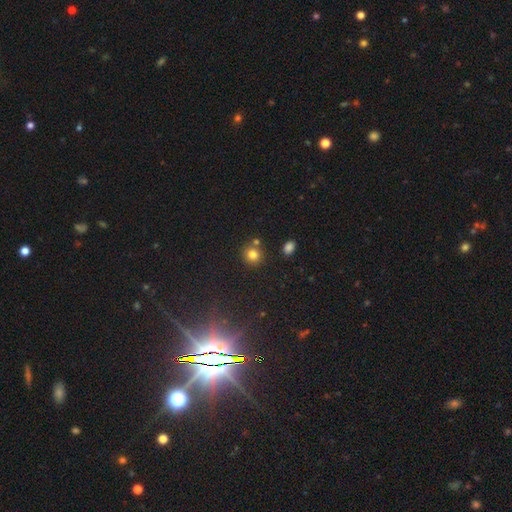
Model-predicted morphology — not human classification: smooth-or-featured: smooth: 51% | star or artifact: 40% | featured or disk: 8%
  how-rounded: round: 88% | in between: 10% | cigar-shaped: 1%
  merging: none: 82% | merger: 9% | minor disturbance: 7% | major disturbance: 3%